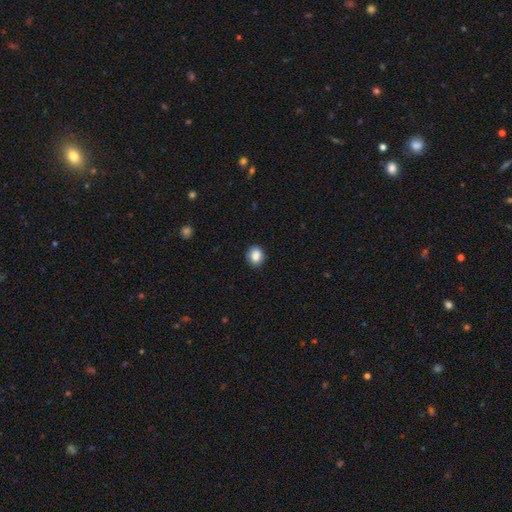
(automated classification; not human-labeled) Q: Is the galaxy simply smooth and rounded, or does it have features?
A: smooth — 87%.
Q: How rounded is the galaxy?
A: round — 68%.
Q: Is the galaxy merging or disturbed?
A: none — 85%.